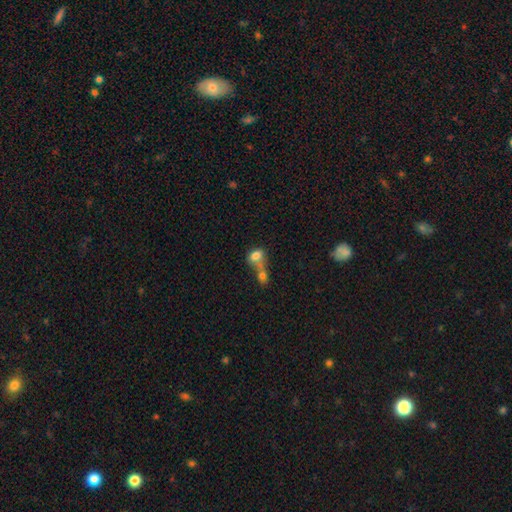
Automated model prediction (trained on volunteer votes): Morphology: type=smooth (78%); roundness=in between (70%); merging=merger (66%).